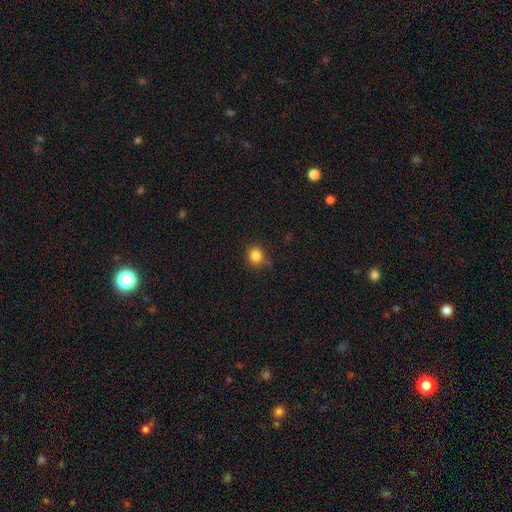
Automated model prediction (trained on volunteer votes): This is clearly a smooth galaxy (84%). How rounded: likely round (80%). Merging: likely none (79%).